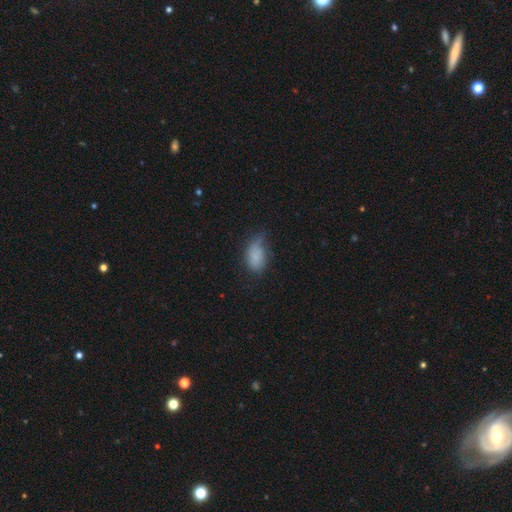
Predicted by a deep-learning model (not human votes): Smooth or featured?
  - smooth: 79% *
  - featured or disk: 11%
  - star or artifact: 10%
How rounded?
  - in between: 90% *
  - round: 7%
  - cigar-shaped: 2%
Merging?
  - none: 42% *
  - minor disturbance: 36%
  - major disturbance: 18%
  - merger: 3%